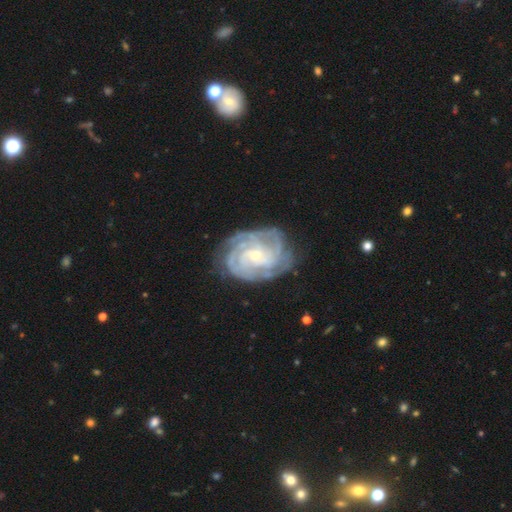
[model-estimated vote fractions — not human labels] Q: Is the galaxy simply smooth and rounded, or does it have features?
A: featured or disk — 89%.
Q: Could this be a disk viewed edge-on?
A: no — 97%.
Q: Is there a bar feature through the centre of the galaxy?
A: no — 62%.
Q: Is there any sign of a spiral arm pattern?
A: yes — 97%.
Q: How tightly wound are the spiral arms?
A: tight — 73%.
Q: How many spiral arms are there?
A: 4 — 26%.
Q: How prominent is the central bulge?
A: small — 65%.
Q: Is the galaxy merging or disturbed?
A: none — 73%.